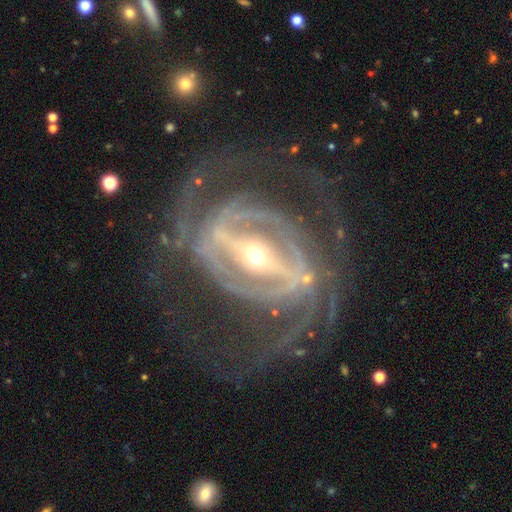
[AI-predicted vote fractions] featured or disk 91%, star or artifact 5%, smooth 3%. Down the decision tree: edge-on disk — no (95%); bar — strong (80%); spiral arms — yes (94%); spiral arm count — 2 (44%); spiral winding — tight (44%); bulge size — small (48%); merging — none (60%).